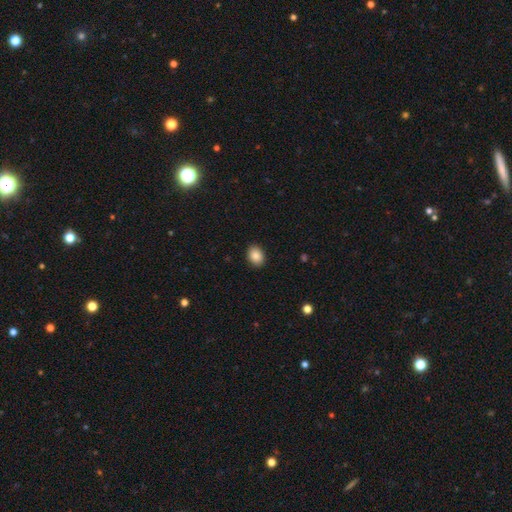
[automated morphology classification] This is clearly a smooth galaxy (87%). How rounded: likely in between (65%). Merging: clearly none (90%).